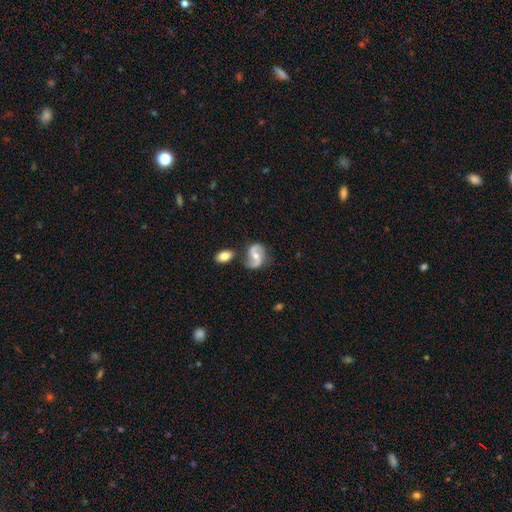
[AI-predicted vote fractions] A featured or disk galaxy (80%) with no bar (45%), 2 (91%) loose (49%) spiral arms (94%) and a moderate central bulge (61%).

Vote fractions:
- Smooth or featured? featured or disk: 80% / smooth: 14% / star or artifact: 6%
- Edge-on disk? no: 97% / yes: 3%
- Bar? no: 45% / weak: 39% / strong: 16%
- Spiral arms? yes: 94% / no: 6%
- Spiral winding? loose: 49% / medium: 40% / tight: 11%
- Spiral arm count? 2: 91% / can't tell: 3% / 1: 3% / 3: 1% / 4: 1% / more than 4: 1%
- Bulge size? moderate: 61% / small: 32% / large: 3% / none: 2% / dominant: 1%
- Merging? none: 65% / minor disturbance: 17% / merger: 12% / major disturbance: 6%